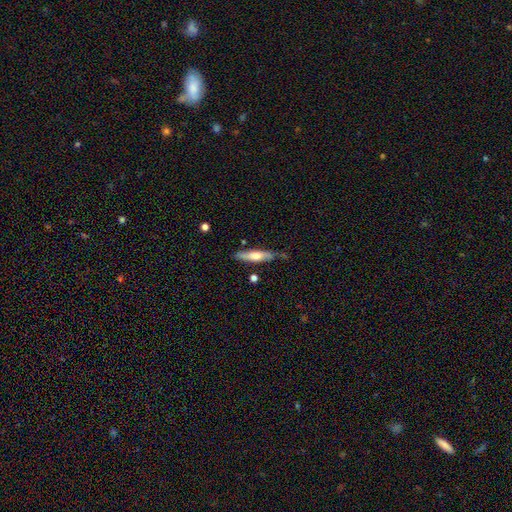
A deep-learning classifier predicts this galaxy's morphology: A smooth galaxy with no disk features (53%) that is cigar-shaped (80%).

Vote fractions:
- Smooth or featured? smooth: 53% / featured or disk: 42% / star or artifact: 6%
- How rounded? cigar-shaped: 80% / in between: 18% / round: 2%
- Merging? none: 67% / minor disturbance: 23% / major disturbance: 5% / merger: 4%